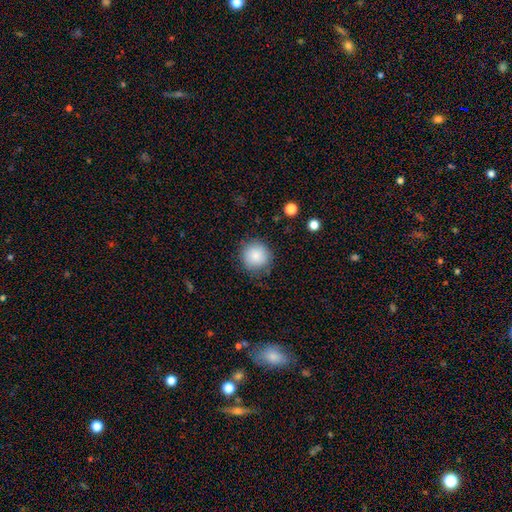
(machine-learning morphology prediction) This is clearly a smooth galaxy (85%). How rounded: clearly round (93%). Merging: clearly none (82%).